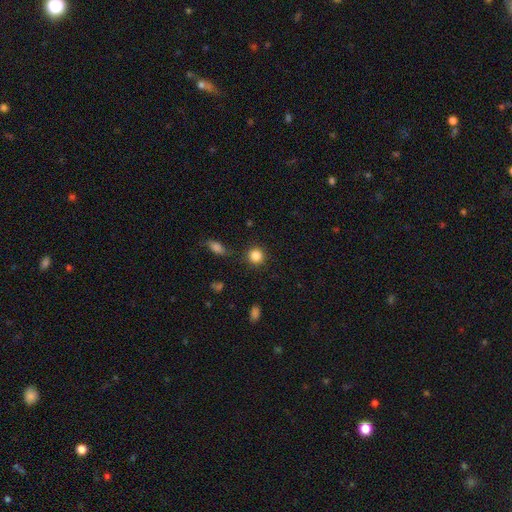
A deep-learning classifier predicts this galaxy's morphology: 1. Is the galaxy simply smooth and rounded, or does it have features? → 86% smooth, 10% star or artifact, 4% featured or disk.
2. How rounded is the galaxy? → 92% round, 7% in between, 1% cigar-shaped.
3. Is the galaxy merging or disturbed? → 87% none, 8% minor disturbance, 3% major disturbance, 3% merger.